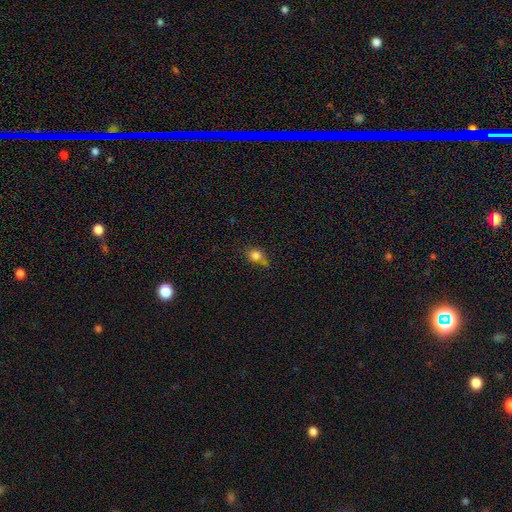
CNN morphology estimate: smooth-or-featured: smooth: 79% | star or artifact: 11% | featured or disk: 9%
  how-rounded: round: 62% | in between: 36% | cigar-shaped: 2%
  merging: none: 46% | minor disturbance: 32% | major disturbance: 16% | merger: 6%